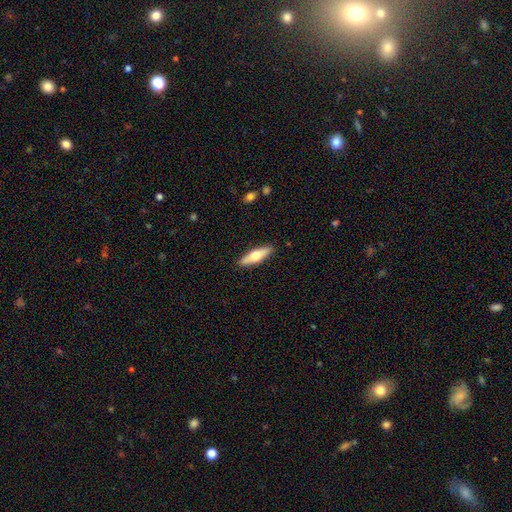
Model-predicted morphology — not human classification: This appears to be a smooth galaxy with no disk features (47%, tied with featured or disk). Merging: none (90%).